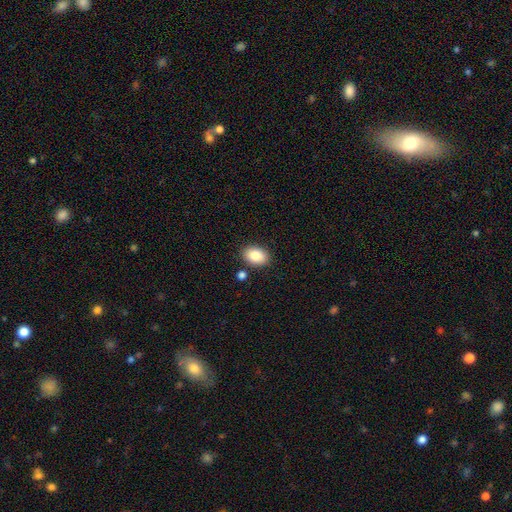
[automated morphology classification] smooth_or_featured: smooth (p=0.85) [alt: star or artifact p=0.08]
how_rounded: in between (p=0.80) [alt: round p=0.19]
merging: none (p=0.86) [alt: minor disturbance p=0.09]